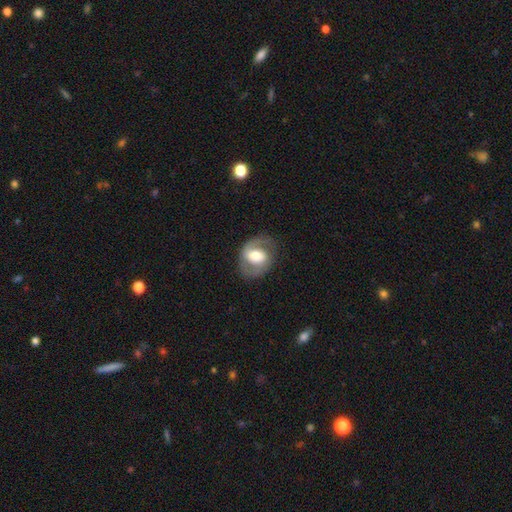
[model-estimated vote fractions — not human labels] Smooth or featured? Predicted: featured or disk (p=0.69). Edge-on disk? Predicted: no (p=0.96). Bar? Predicted: weak (p=0.40). Spiral arms? Predicted: yes (p=0.79). Spiral winding? Predicted: medium (p=0.51). Spiral arm count? Predicted: 2 (p=0.86). Bulge size? Predicted: moderate (p=0.60). Merging? Predicted: none (p=0.78).